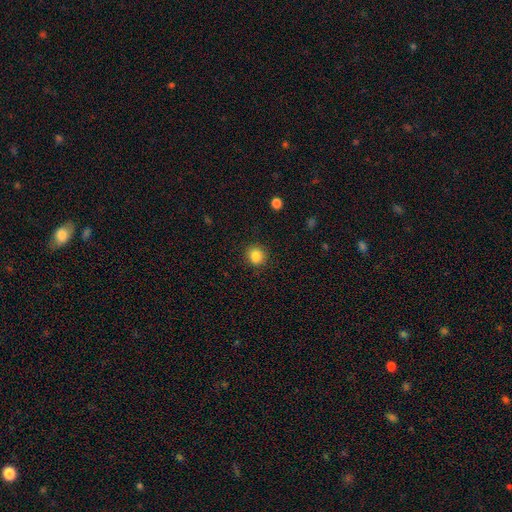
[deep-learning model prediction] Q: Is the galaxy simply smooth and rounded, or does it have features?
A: smooth — 86%.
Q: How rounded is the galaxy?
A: round — 83%.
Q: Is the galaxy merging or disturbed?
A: none — 88%.